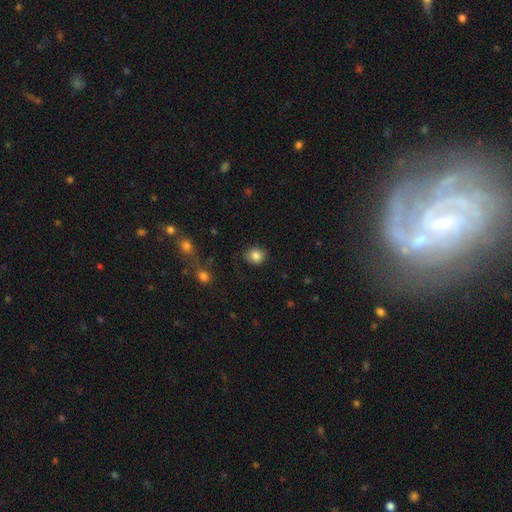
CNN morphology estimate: Smooth or featured?
  - smooth: 85% *
  - star or artifact: 10%
  - featured or disk: 6%
How rounded?
  - round: 76% *
  - in between: 23%
  - cigar-shaped: 1%
Merging?
  - none: 84% *
  - minor disturbance: 12%
  - major disturbance: 3%
  - merger: 2%